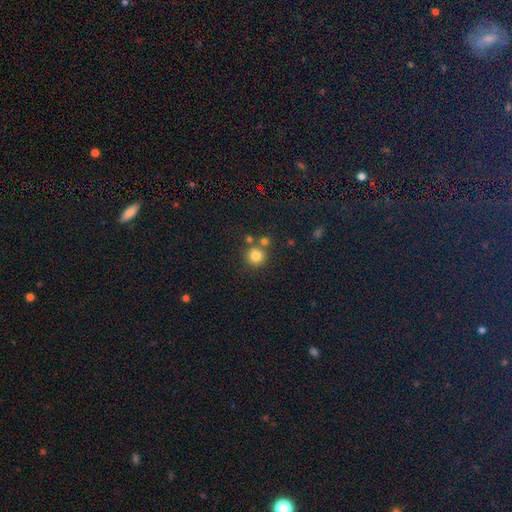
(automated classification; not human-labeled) Smooth or featured: smooth — 81% (star or artifact — 13%)
How rounded: round — 93% (in between — 6%)
Merging: none — 73% (merger — 15%)